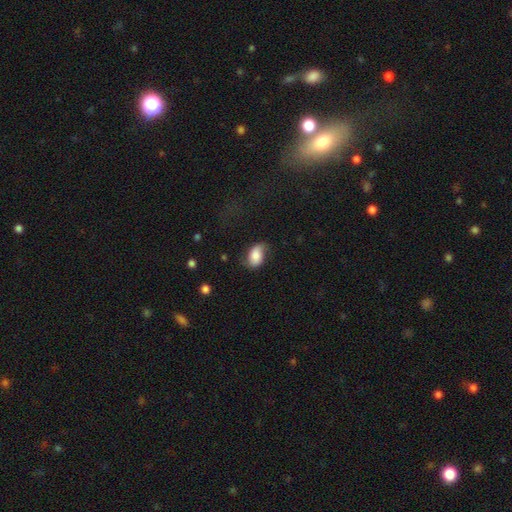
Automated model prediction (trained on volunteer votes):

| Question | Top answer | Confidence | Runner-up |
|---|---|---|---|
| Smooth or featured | smooth | 69% | featured or disk (23%) |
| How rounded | in between | 87% | round (11%) |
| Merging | none | 53% | minor disturbance (31%) |